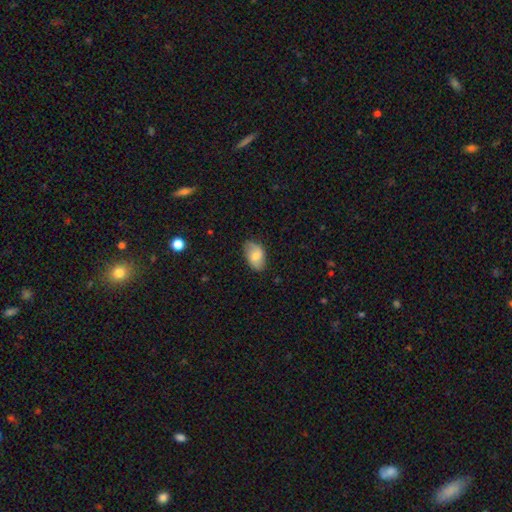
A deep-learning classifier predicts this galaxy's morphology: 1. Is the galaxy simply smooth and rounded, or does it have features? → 72% smooth, 21% featured or disk, 7% star or artifact.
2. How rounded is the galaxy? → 91% in between, 7% round, 1% cigar-shaped.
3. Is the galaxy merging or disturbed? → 75% none, 20% minor disturbance, 4% major disturbance, 1% merger.